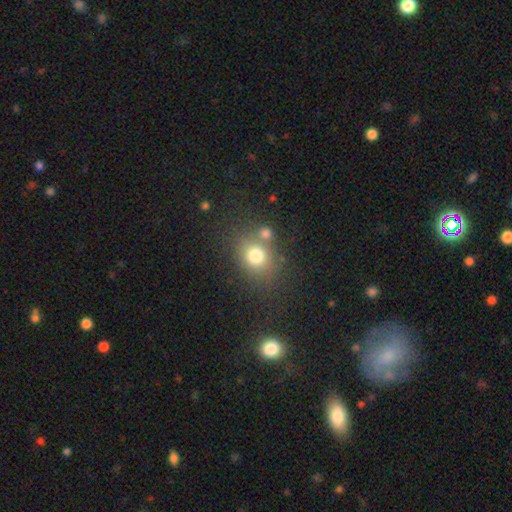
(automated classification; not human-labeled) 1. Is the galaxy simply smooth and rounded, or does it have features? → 76% smooth, 13% star or artifact, 11% featured or disk.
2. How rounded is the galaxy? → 63% round, 36% in between, 1% cigar-shaped.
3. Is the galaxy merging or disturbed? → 60% none, 22% merger, 12% minor disturbance, 6% major disturbance.